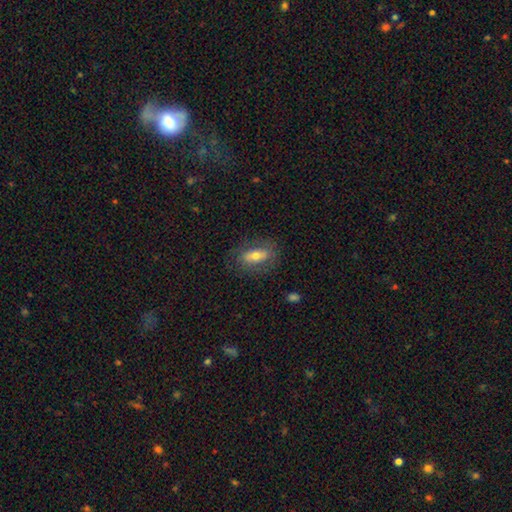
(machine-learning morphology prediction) smooth-or-featured: smooth: 54% | featured or disk: 37% | star or artifact: 8%
  how-rounded: in between: 80% | cigar-shaped: 13% | round: 8%
  merging: none: 76% | minor disturbance: 15% | major disturbance: 8% | merger: 1%